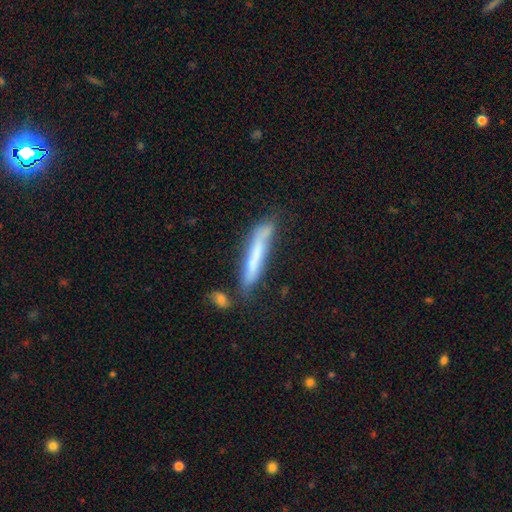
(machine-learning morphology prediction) smooth-or-featured: smooth: 62% | featured or disk: 31% | star or artifact: 7%
  how-rounded: cigar-shaped: 93% | in between: 6% | round: 1%
  merging: none: 61% | minor disturbance: 23% | merger: 10% | major disturbance: 7%